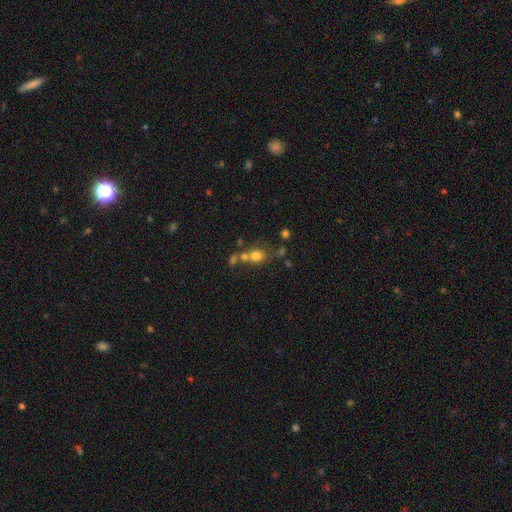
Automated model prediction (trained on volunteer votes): smooth 71%, star or artifact 15%, featured or disk 14%. Down the decision tree: how rounded — round (68%); merging — none (48%).